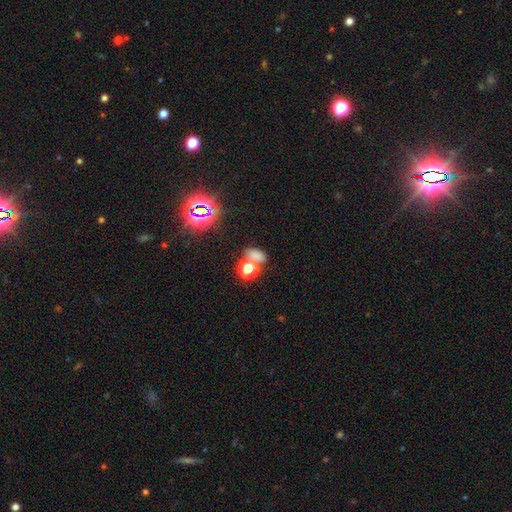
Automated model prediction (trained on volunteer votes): Overall: smooth (63%; star or artifact 29%). How rounded: in between (68%). Merging: none (53%; merger 29%).